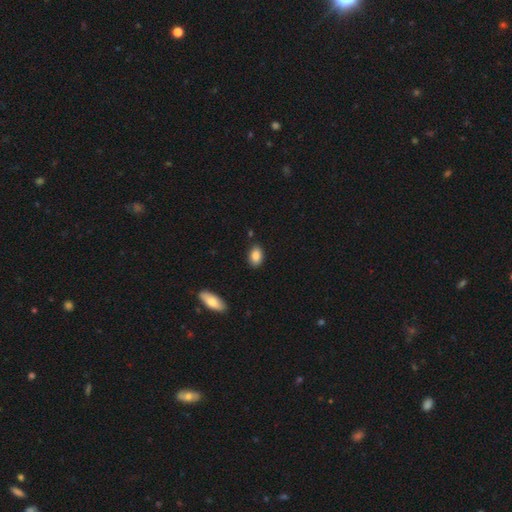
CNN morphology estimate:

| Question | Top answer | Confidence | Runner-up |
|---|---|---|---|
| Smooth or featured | smooth | 86% | star or artifact (8%) |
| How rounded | in between | 87% | round (11%) |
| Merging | none | 85% | minor disturbance (10%) |